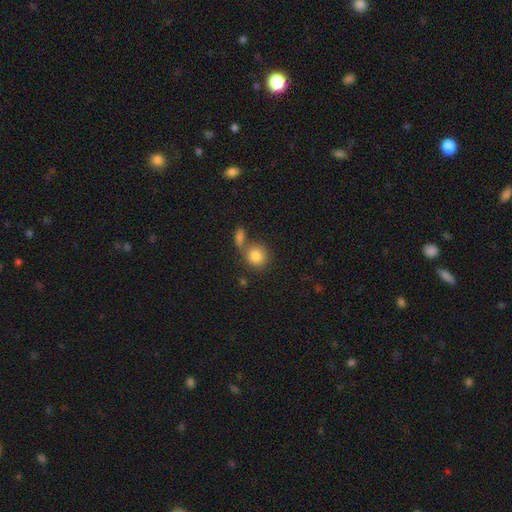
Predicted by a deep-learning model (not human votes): This appears to be a smooth galaxy with no disk features (84%) that is round (79%). Merging: none (50%).